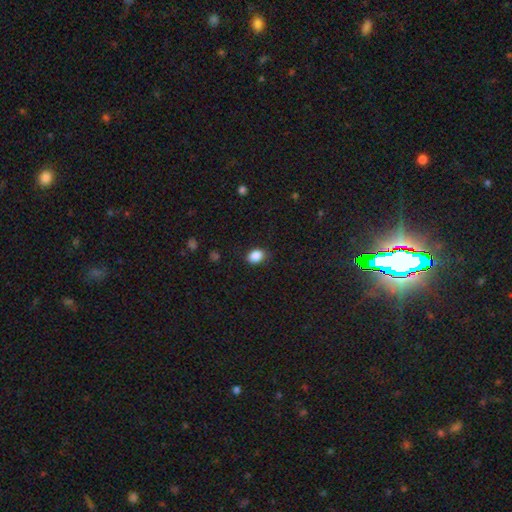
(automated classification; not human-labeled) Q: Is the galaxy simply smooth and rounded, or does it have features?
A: smooth — 88%.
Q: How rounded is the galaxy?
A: in between — 73%.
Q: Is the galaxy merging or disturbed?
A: none — 82%.